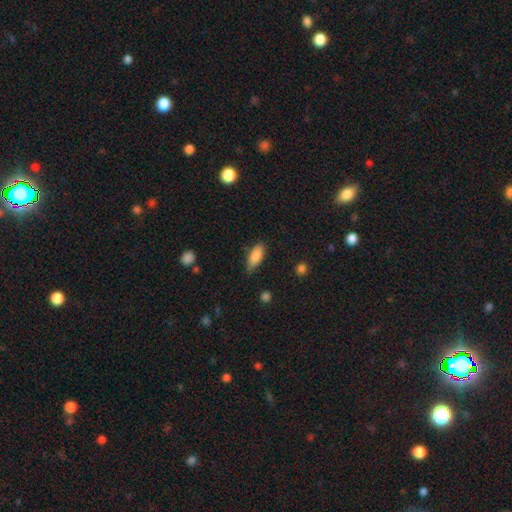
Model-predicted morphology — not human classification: The model was most divided on "how rounded": in between: 73%, cigar-shaped: 25%, round: 2%. More confident: smooth or featured — smooth (85%); merging — none (74%).